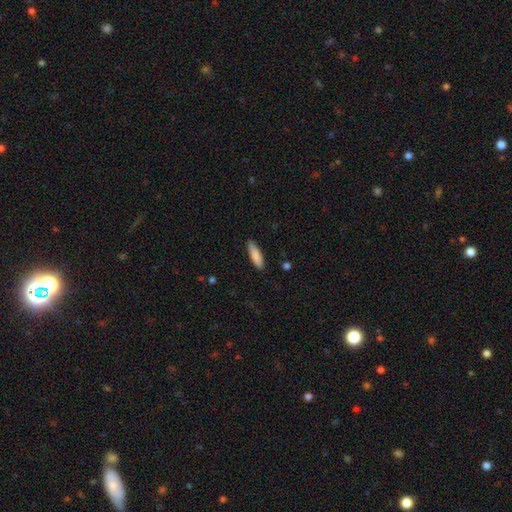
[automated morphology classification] This is clearly a smooth galaxy (86%). How rounded: likely cigar-shaped (62%). Merging: clearly none (86%).